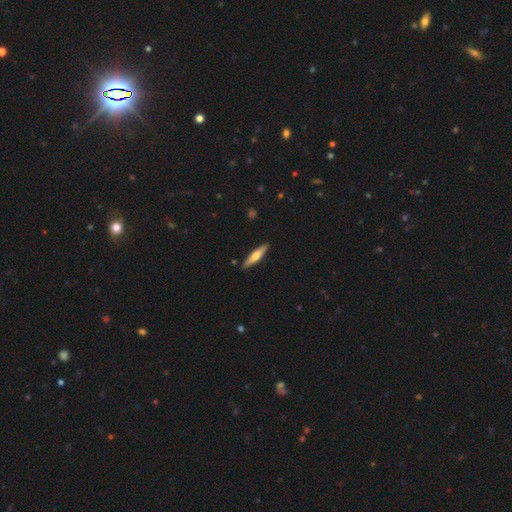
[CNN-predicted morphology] This is possibly a smooth galaxy (49%). Merging: clearly none (89%).